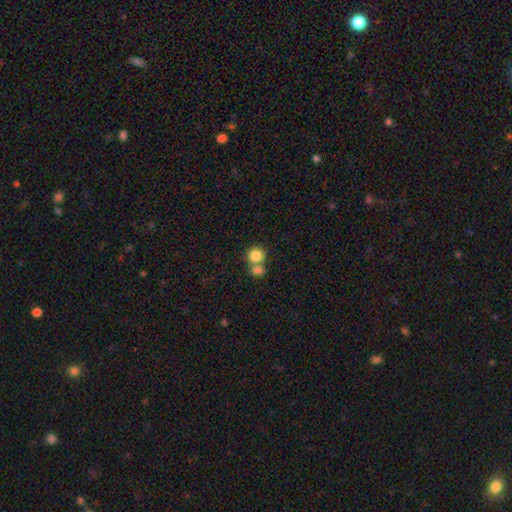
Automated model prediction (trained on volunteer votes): smooth_or_featured: smooth (p=0.83) [alt: star or artifact p=0.09]
how_rounded: round (p=0.86) [alt: in between p=0.13]
merging: none (p=0.46) [alt: merger p=0.45]